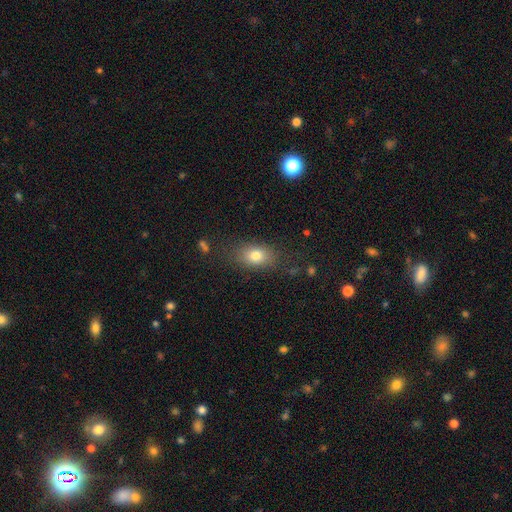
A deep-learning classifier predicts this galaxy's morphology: smooth-or-featured: smooth: 77% | featured or disk: 12% | star or artifact: 11%
  how-rounded: in between: 78% | round: 19% | cigar-shaped: 3%
  merging: none: 78% | minor disturbance: 14% | major disturbance: 6% | merger: 2%